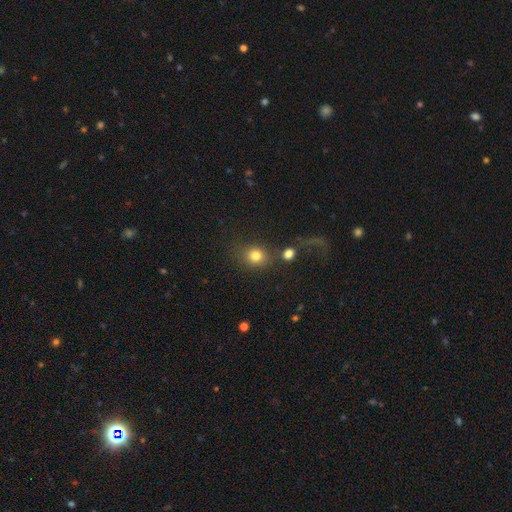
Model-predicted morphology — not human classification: Smooth or featured? smooth (80%)
How rounded? round (75%)
Merging? none (68%)